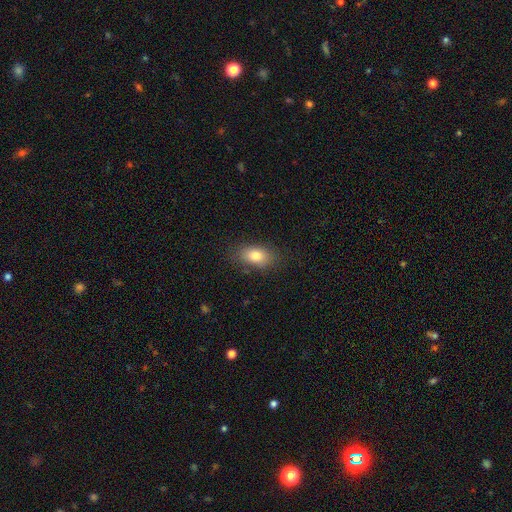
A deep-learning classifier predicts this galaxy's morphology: The model was most divided on "merging": none: 81%, minor disturbance: 14%, major disturbance: 4%, merger: 1%. More confident: how rounded — in between (87%); smooth or featured — smooth (81%).